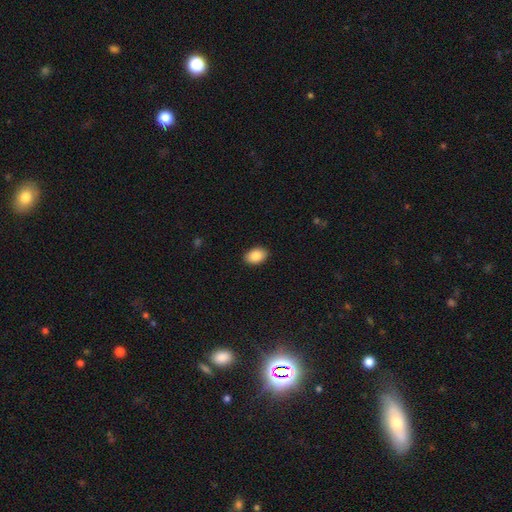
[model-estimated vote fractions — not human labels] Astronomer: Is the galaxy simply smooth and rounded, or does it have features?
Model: smooth — 89%.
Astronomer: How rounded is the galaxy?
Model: in between — 86%.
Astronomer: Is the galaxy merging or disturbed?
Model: none — 90%.